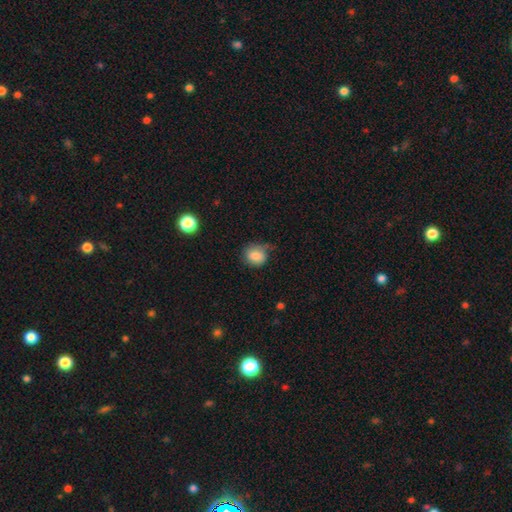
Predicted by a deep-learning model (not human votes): A smooth galaxy with no disk features (83%) that is round (67%). Merging: none (58%).